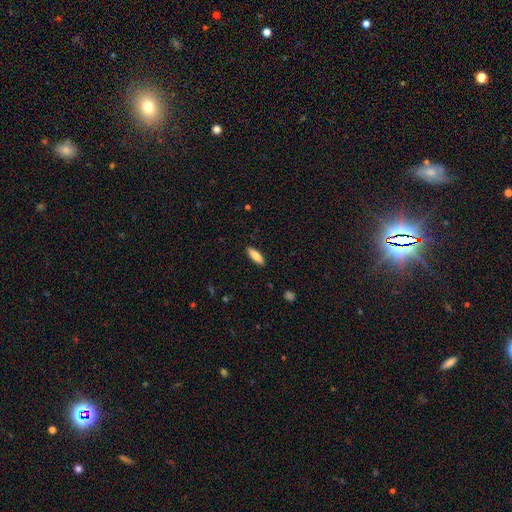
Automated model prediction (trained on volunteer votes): This is clearly a smooth galaxy (81%). How rounded: possibly in between (52%). Merging: clearly none (89%).